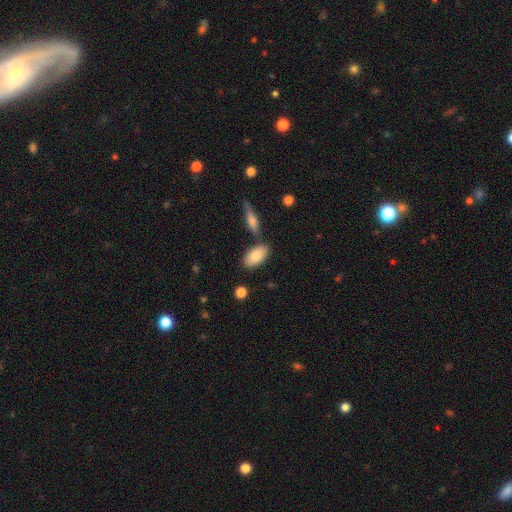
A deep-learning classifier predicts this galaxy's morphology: smooth 83%, featured or disk 11%, star or artifact 6%. Down the decision tree: how rounded — in between (92%); merging — none (74%).